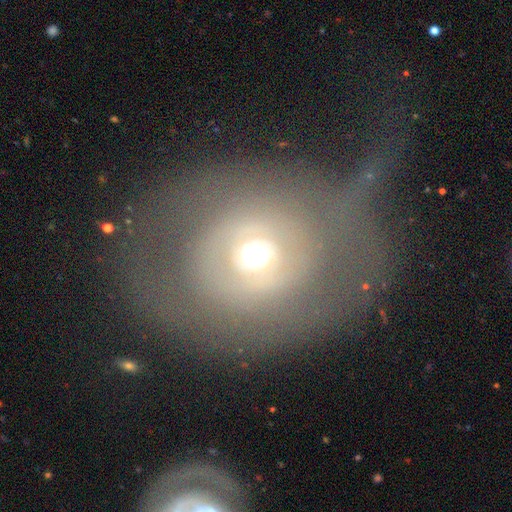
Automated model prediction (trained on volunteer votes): Smooth or featured: featured or disk — 57% (smooth — 33%)
Edge-on disk: no — 94% (yes — 6%)
Bar: no — 79% (weak — 16%)
Spiral arms: no — 66% (yes — 34%)
Bulge size: moderate — 61% (small — 27%)
Merging: none — 47% (major disturbance — 30%)